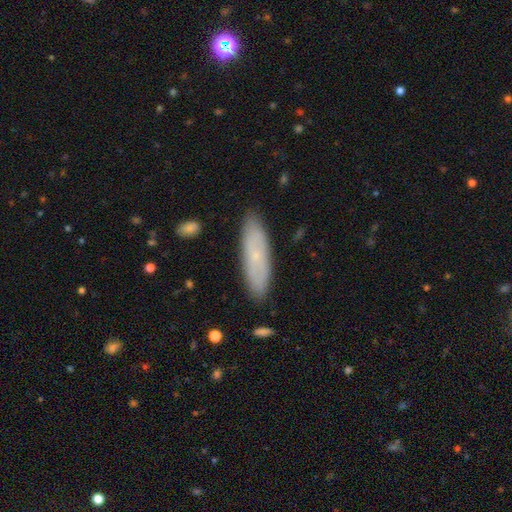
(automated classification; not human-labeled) This appears to be a smooth galaxy with no disk features (58%) that is cigar-shaped (59%). Merging: none (86%).